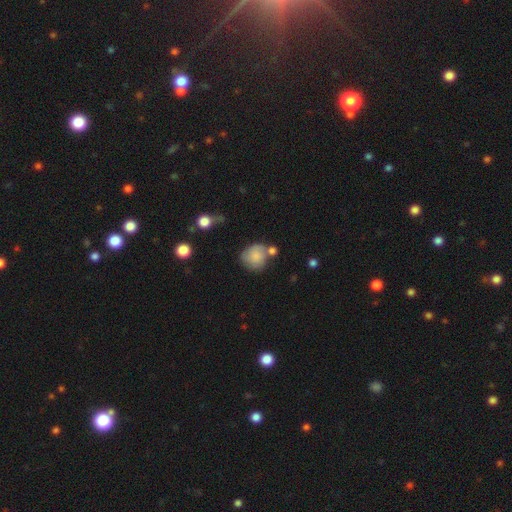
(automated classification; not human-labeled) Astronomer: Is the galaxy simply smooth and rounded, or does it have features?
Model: smooth — 73%.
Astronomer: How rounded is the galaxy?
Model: round — 81%.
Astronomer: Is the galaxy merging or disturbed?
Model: none — 50%.